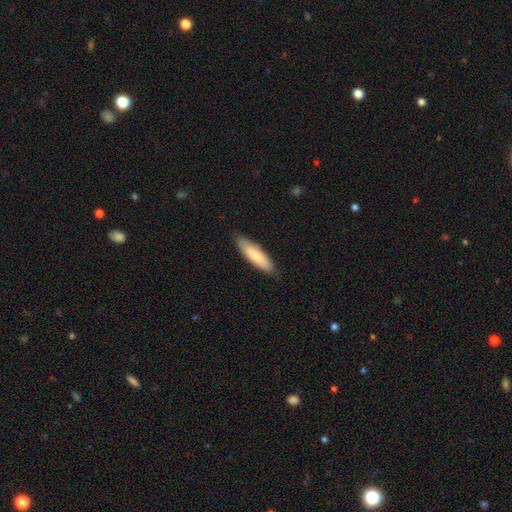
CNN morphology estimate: Overall: smooth (76%). How rounded: cigar-shaped (61%; in between 38%). Merging: none (83%).